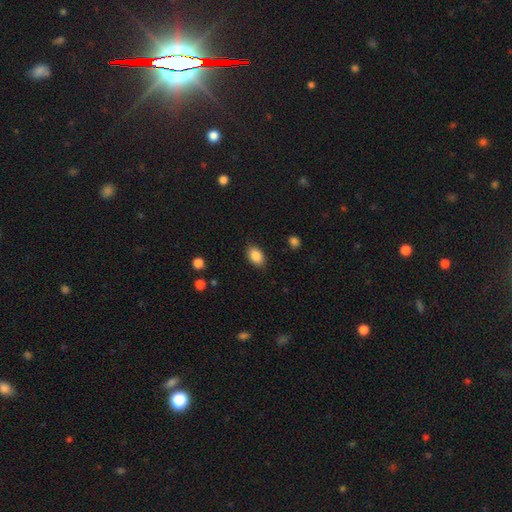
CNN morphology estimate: Overall: smooth (87%). How rounded: in between (87%). Merging: none (86%).